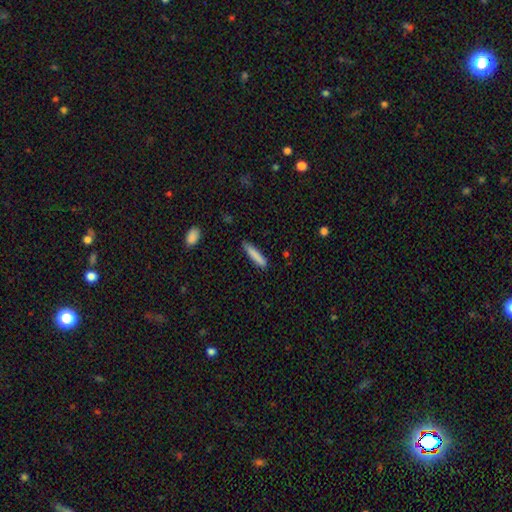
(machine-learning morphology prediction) This is clearly a smooth galaxy (83%). How rounded: clearly cigar-shaped (88%). Merging: clearly none (81%).